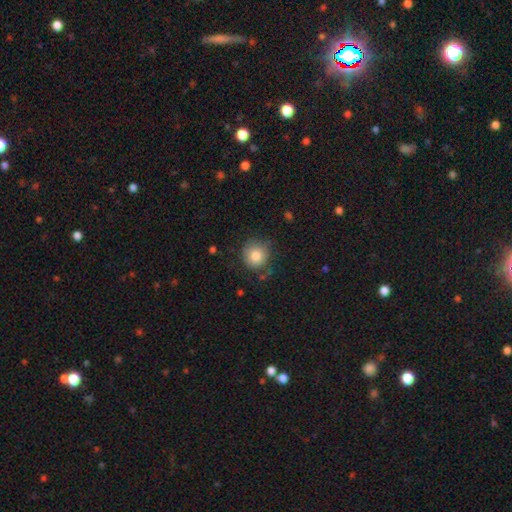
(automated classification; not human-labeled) Smooth or featured: smooth — 83% (star or artifact — 9%)
How rounded: round — 91% (in between — 9%)
Merging: none — 72% (minor disturbance — 21%)